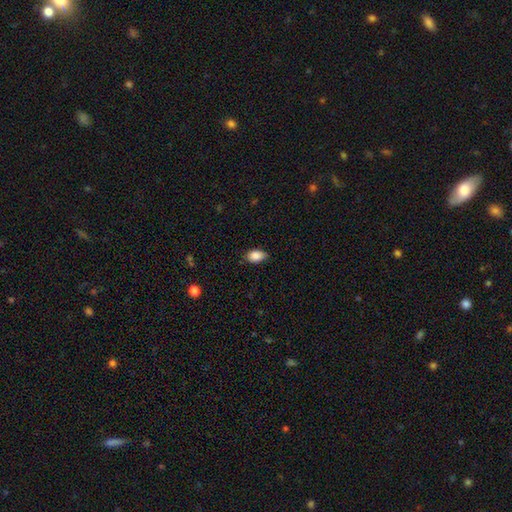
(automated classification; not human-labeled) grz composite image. It shows a smooth galaxy with no disk features (87%) that is in between round and cigar-shaped (88%). Merging: none (74%).